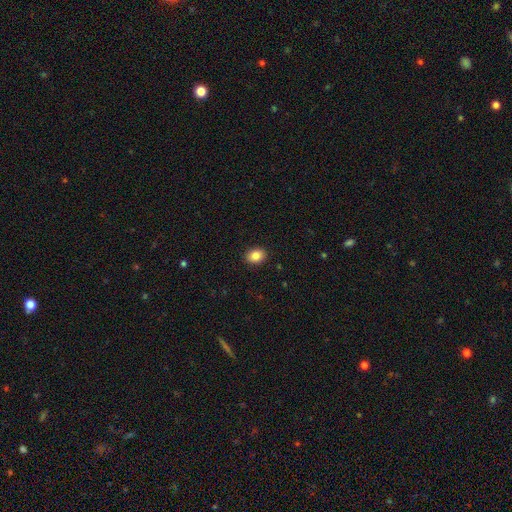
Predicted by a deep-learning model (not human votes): smooth-or-featured: smooth: 85% | star or artifact: 9% | featured or disk: 6%
  how-rounded: in between: 63% | round: 36% | cigar-shaped: 1%
  merging: none: 91% | minor disturbance: 7% | major disturbance: 2% | merger: 1%